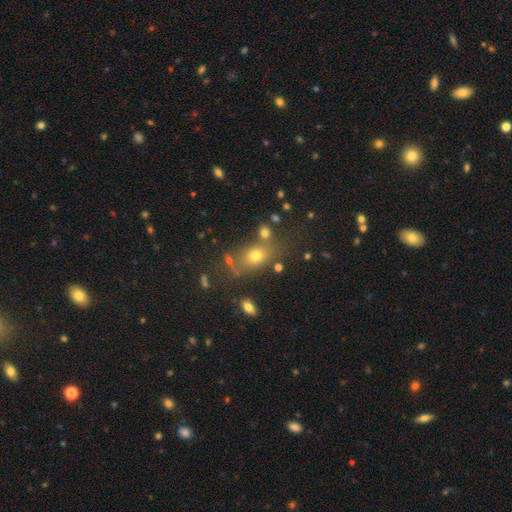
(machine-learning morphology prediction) Smooth or featured: smooth — 65% (star or artifact — 21%)
How rounded: in between — 57% (round — 39%)
Merging: none — 66% (minor disturbance — 14%)